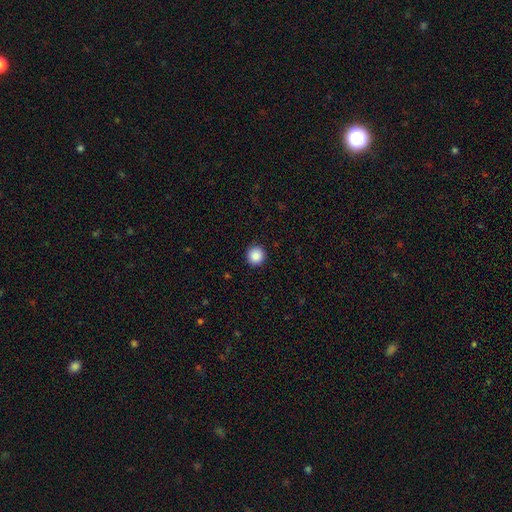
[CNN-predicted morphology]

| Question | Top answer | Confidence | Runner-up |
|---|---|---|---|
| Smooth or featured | smooth | 88% | star or artifact (9%) |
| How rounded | round | 95% | in between (4%) |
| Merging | none | 93% | minor disturbance (5%) |